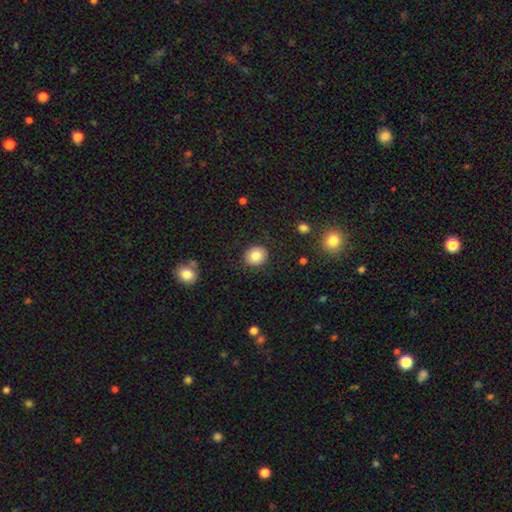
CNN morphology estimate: smooth 83%, star or artifact 9%, featured or disk 8%. Down the decision tree: how rounded — round (75%); merging — none (88%).